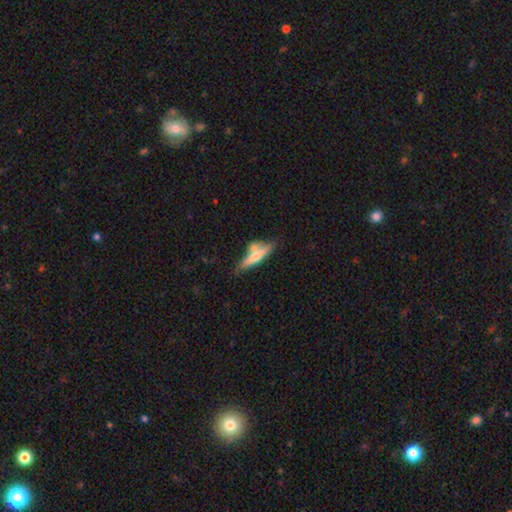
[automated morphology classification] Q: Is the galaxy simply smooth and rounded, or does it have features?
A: smooth — 50%.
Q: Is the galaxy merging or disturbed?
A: none — 51%.